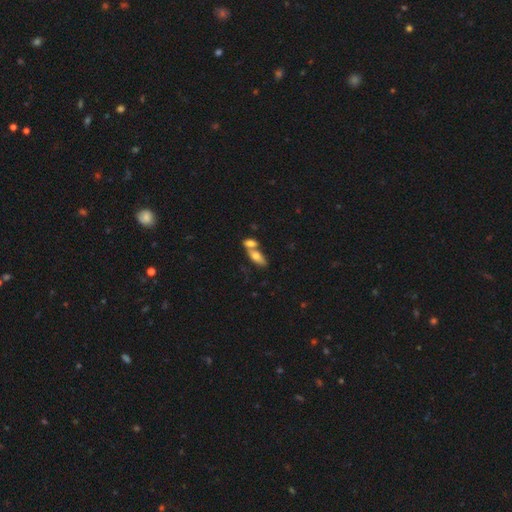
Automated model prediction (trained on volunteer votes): A smooth galaxy with no disk features (69%) that is in between round and cigar-shaped (76%). Merging: merger (55%).